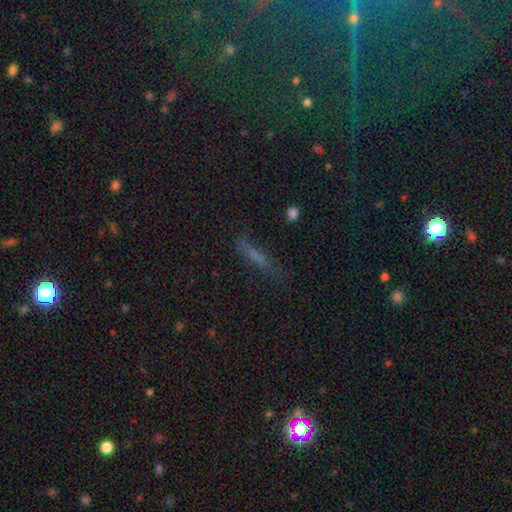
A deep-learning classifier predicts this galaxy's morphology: The model was most divided on "smooth or featured": smooth: 56%, featured or disk: 27%, star or artifact: 18%. More confident: how rounded — cigar-shaped (85%); merging — none (69%).